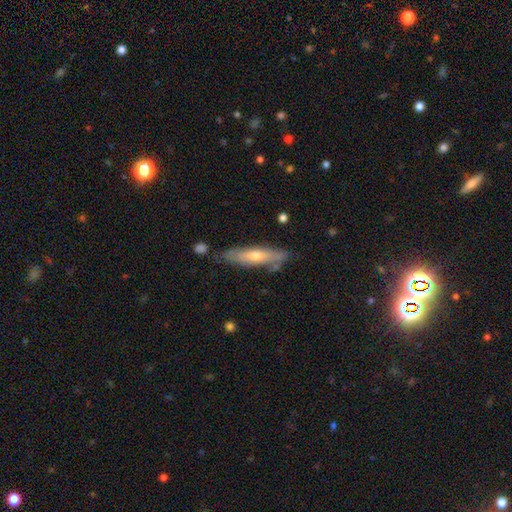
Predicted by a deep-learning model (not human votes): Smooth or featured: smooth — 48% (featured or disk — 47%)
Merging: none — 73% (minor disturbance — 19%)